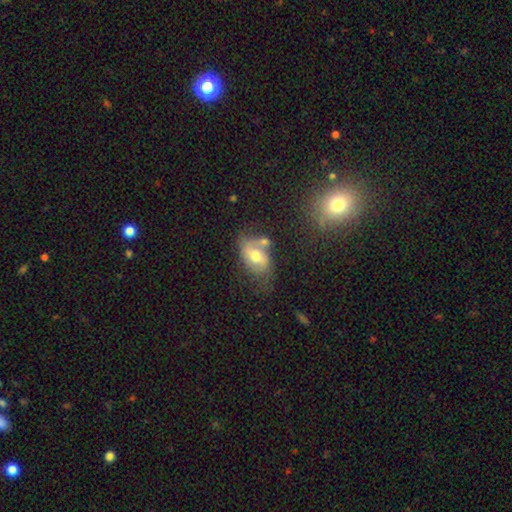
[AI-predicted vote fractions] Morphology: type=smooth (46%); merging=none (36%).